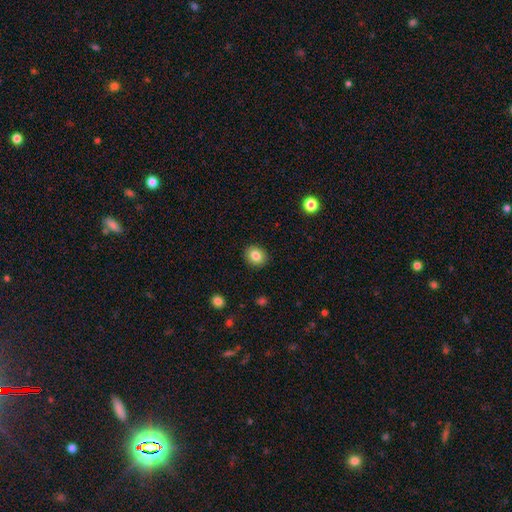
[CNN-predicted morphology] smooth 83%, star or artifact 10%, featured or disk 7%. Down the decision tree: how rounded — round (73%); merging — none (91%).